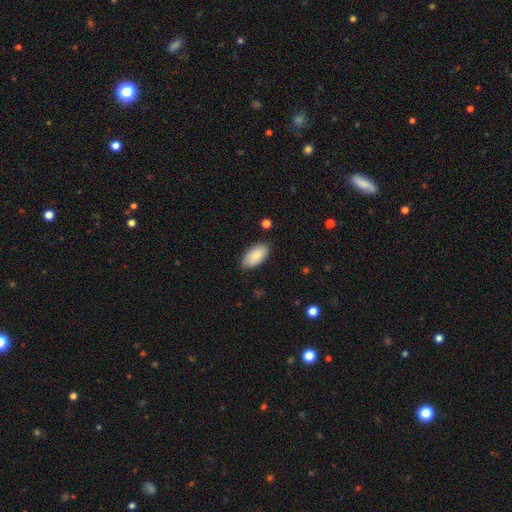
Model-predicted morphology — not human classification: This appears to be a smooth galaxy with no disk features (85%) that is in between round and cigar-shaped (95%). Merging: none (82%).